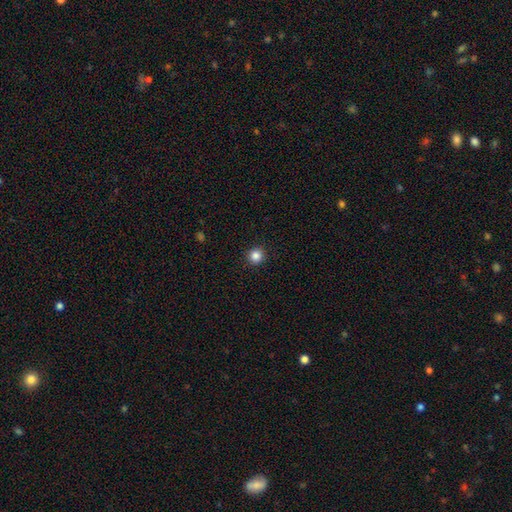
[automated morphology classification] Smooth or featured? Predicted: smooth (p=0.85). How rounded? Predicted: round (p=0.94). Merging? Predicted: none (p=0.93).